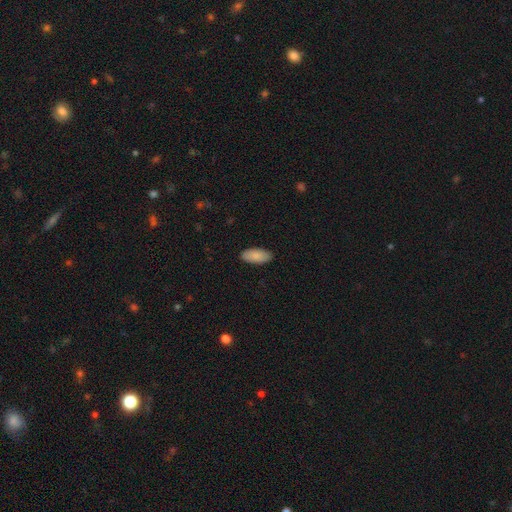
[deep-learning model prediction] smooth 87%, featured or disk 8%, star or artifact 6%. Down the decision tree: how rounded — in between (91%); merging — none (89%).